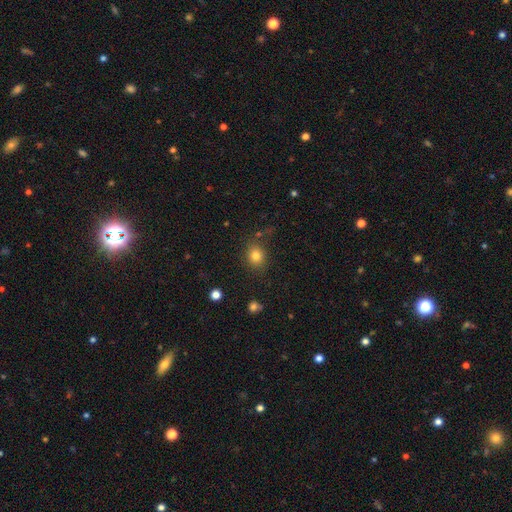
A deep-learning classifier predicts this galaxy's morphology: smooth_or_featured: smooth (p=0.80) [alt: star or artifact p=0.13]
how_rounded: round (p=0.67) [alt: in between p=0.32]
merging: none (p=0.80) [alt: minor disturbance p=0.12]